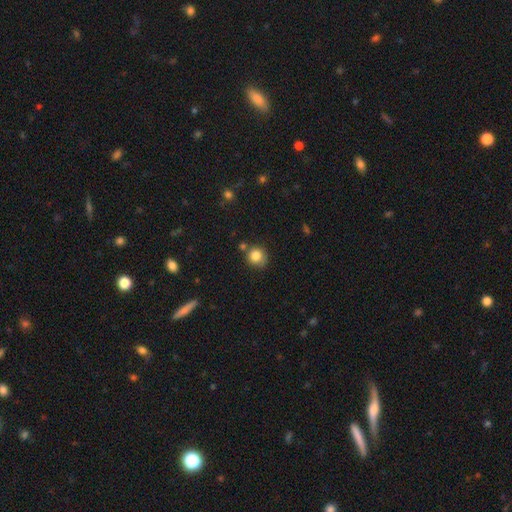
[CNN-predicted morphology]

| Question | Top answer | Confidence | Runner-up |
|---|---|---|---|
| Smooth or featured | smooth | 83% | star or artifact (10%) |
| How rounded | round | 88% | in between (12%) |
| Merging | none | 72% | minor disturbance (15%) |